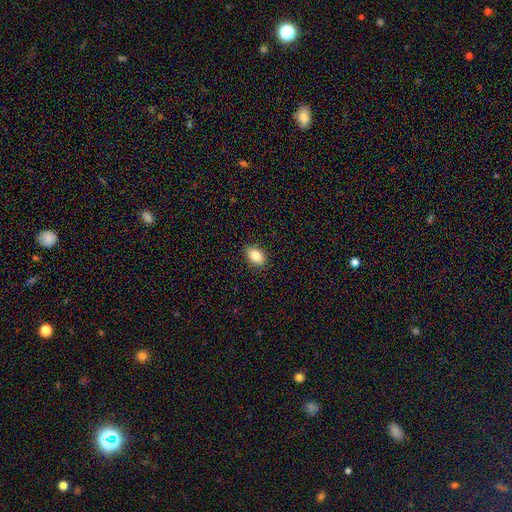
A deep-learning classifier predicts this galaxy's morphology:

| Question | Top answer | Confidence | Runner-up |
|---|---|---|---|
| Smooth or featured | smooth | 85% | star or artifact (8%) |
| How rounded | in between | 88% | round (10%) |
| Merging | none | 89% | minor disturbance (8%) |